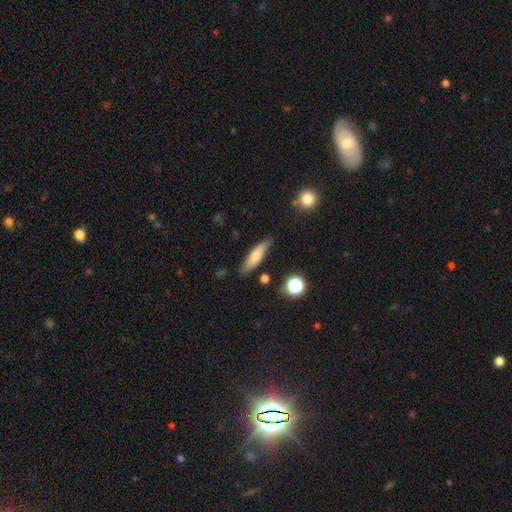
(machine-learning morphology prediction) A smooth galaxy with no disk features (67%) that is cigar-shaped (66%).

Vote fractions:
- Smooth or featured? smooth: 67% / featured or disk: 26% / star or artifact: 8%
- How rounded? cigar-shaped: 66% / in between: 31% / round: 3%
- Merging? none: 82% / minor disturbance: 13% / major disturbance: 3% / merger: 2%